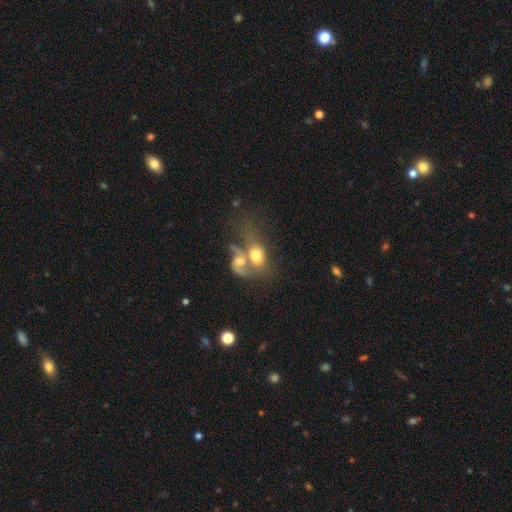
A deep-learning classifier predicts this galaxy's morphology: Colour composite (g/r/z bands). It shows a smooth galaxy with no disk features (48%). Merging: merger (73%).